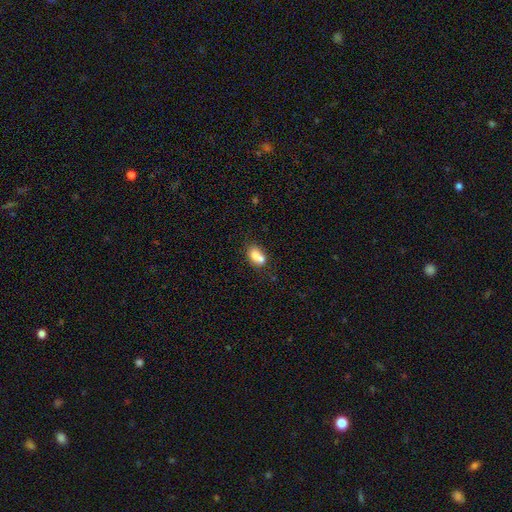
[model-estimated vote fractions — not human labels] Smooth or featured?
  - smooth: 71% *
  - featured or disk: 19%
  - star or artifact: 10%
How rounded?
  - in between: 64% *
  - round: 34%
  - cigar-shaped: 2%
Merging?
  - merger: 56% *
  - none: 31%
  - minor disturbance: 9%
  - major disturbance: 4%